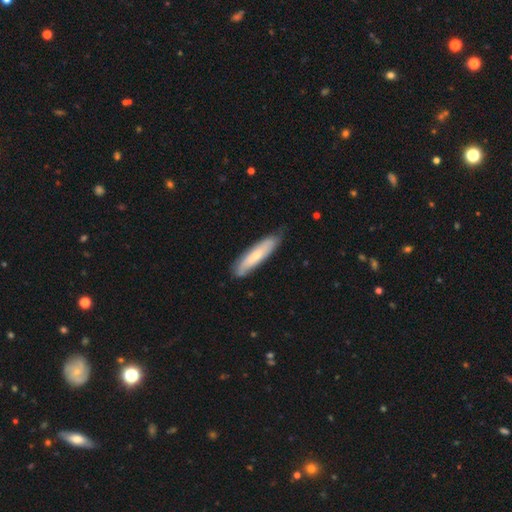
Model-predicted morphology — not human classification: Q: Smooth or featured?
A: smooth (65%); runner-up: featured or disk (30%)
Q: How rounded?
A: cigar-shaped (77%); runner-up: in between (21%)
Q: Merging?
A: none (77%); runner-up: minor disturbance (19%)